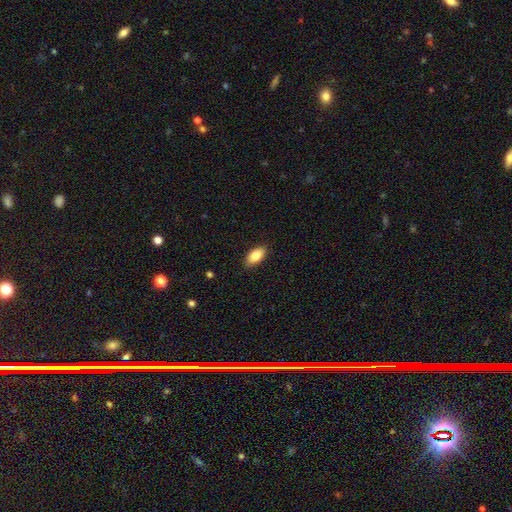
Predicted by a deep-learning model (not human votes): Smooth or featured: smooth — 86% (featured or disk — 8%)
How rounded: in between — 92% (cigar-shaped — 5%)
Merging: none — 87% (minor disturbance — 10%)